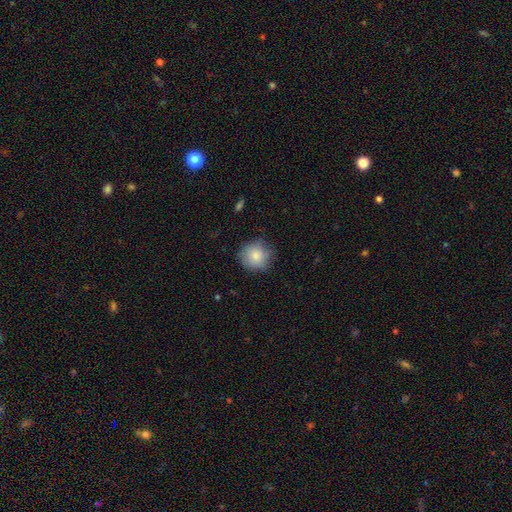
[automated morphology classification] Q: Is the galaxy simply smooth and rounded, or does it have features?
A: smooth — 84%.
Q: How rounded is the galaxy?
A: round — 90%.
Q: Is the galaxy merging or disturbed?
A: none — 76%.